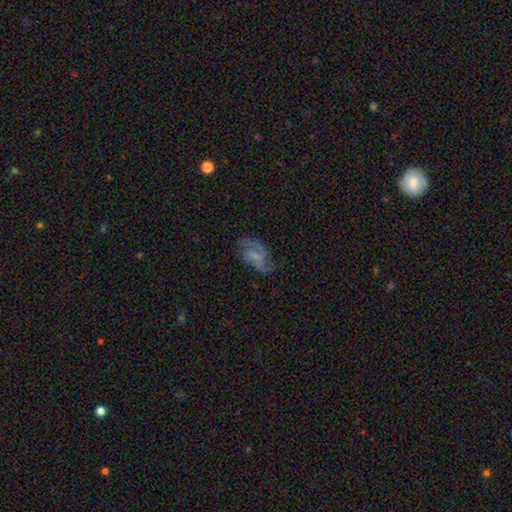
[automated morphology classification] type=featured or disk (72%); edge-on=no (97%); bar=no (44%); spiral arms=yes (91%); winding=medium (47%); arm count=2 (62%); bulge=none (50%); merging=none (63%).